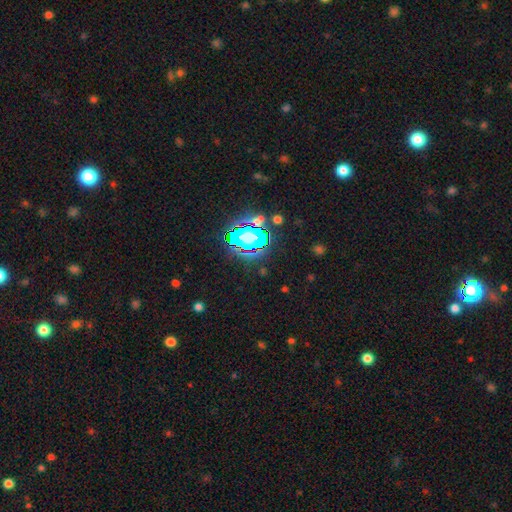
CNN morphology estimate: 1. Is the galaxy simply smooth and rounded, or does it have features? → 80% star or artifact, 12% smooth, 8% featured or disk.